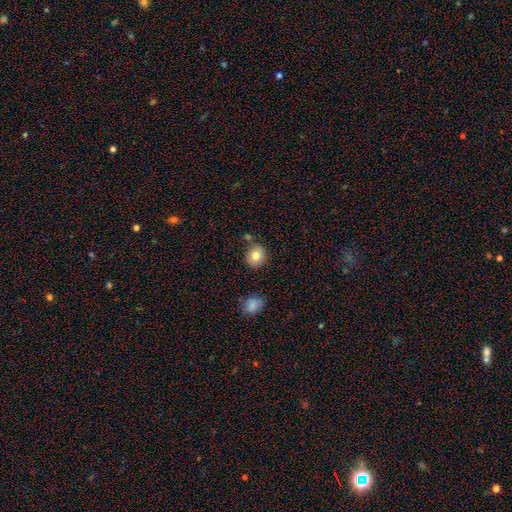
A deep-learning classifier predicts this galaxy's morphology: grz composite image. It shows a smooth galaxy with no disk features (80%) that is round (83%). Merging: none (80%).